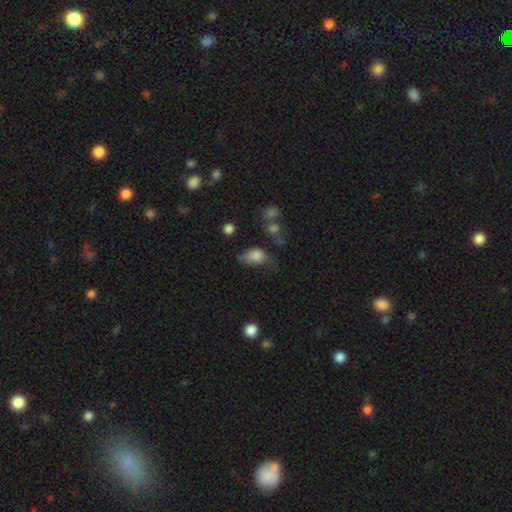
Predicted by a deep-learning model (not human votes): smooth_or_featured: smooth (p=0.77) [alt: featured or disk p=0.13]
how_rounded: in between (p=0.83) [alt: round p=0.15]
merging: minor disturbance (p=0.34) [alt: major disturbance p=0.31]